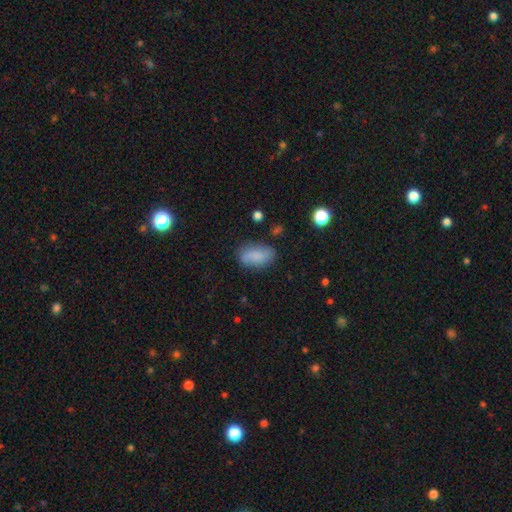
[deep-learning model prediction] Overall: smooth (77%). How rounded: in between (89%). Merging: none (73%).